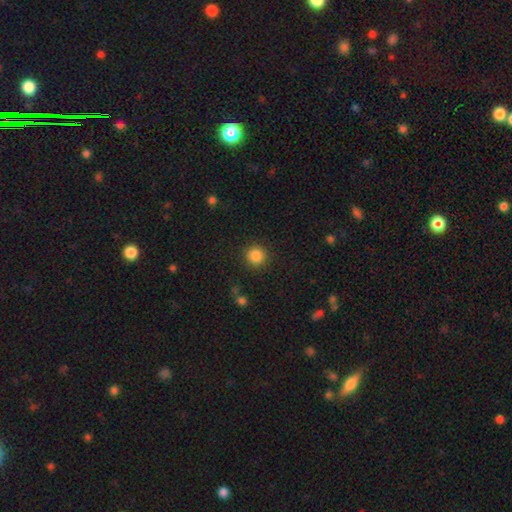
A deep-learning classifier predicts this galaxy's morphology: Smooth or featured?
  - smooth: 85% *
  - star or artifact: 11%
  - featured or disk: 4%
How rounded?
  - round: 93% *
  - in between: 6%
  - cigar-shaped: 1%
Merging?
  - none: 89% *
  - minor disturbance: 7%
  - major disturbance: 3%
  - merger: 2%